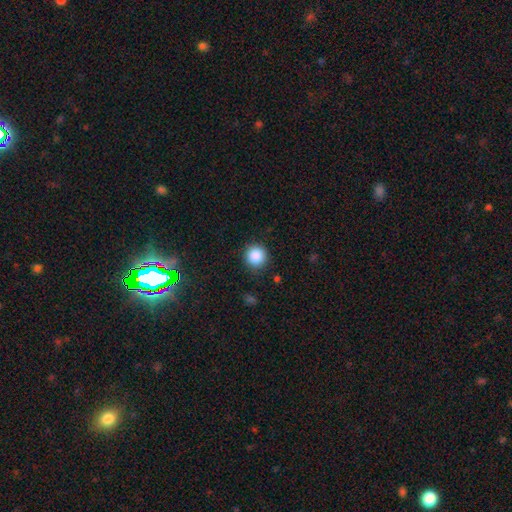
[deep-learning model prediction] Smooth or featured: smooth — 87% (star or artifact — 10%)
How rounded: round — 95% (in between — 4%)
Merging: none — 88% (minor disturbance — 8%)